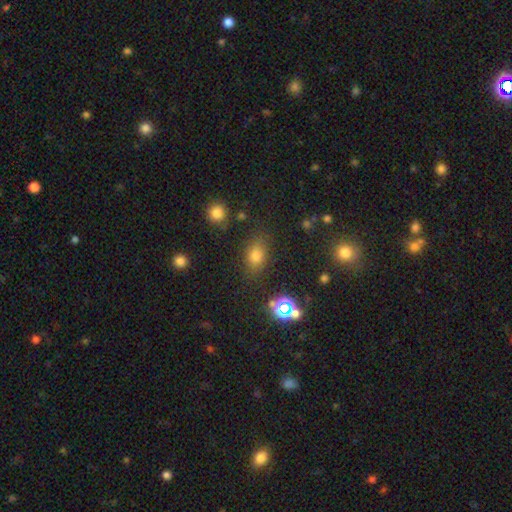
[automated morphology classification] The model was most divided on "smooth or featured": smooth: 71%, star or artifact: 20%, featured or disk: 9%. More confident: merging — none (79%); how rounded — in between (74%).